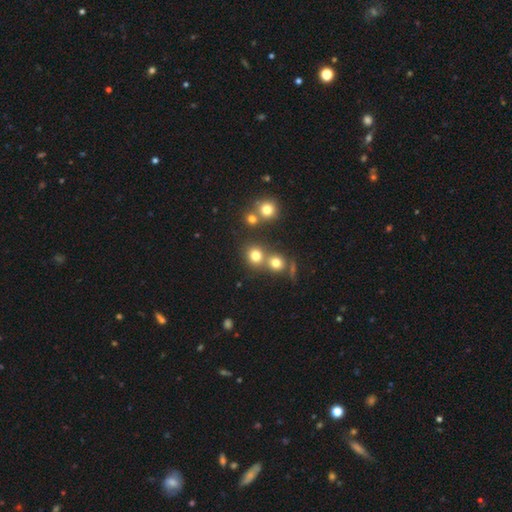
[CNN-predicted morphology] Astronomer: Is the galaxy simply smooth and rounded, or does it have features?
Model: smooth — 76%.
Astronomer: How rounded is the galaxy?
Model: round — 87%.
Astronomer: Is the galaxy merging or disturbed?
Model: none — 62%.